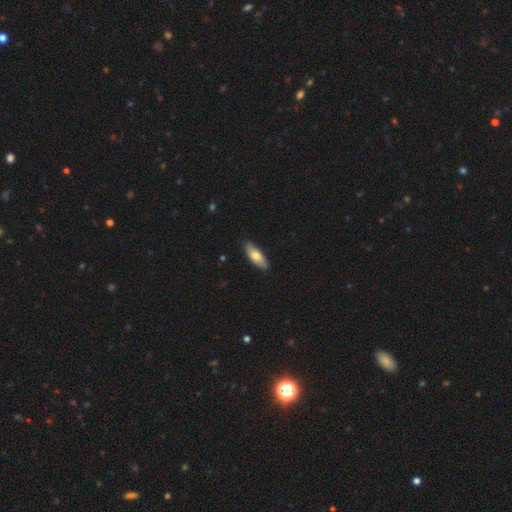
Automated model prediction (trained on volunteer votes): A smooth galaxy with no disk features (72%) that is in between round and cigar-shaped (68%). Merging: none (85%).